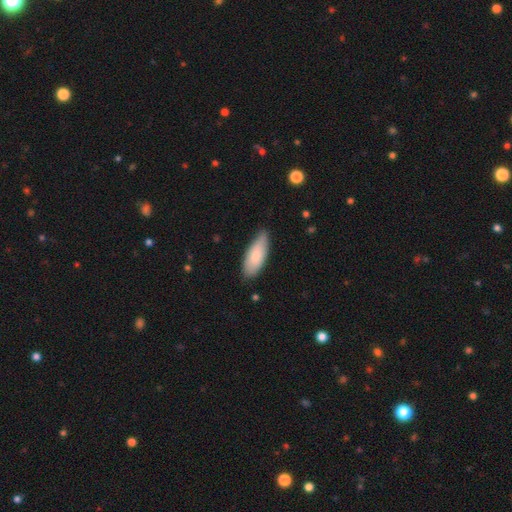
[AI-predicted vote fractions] smooth-or-featured: smooth: 79% | featured or disk: 16% | star or artifact: 5%
  how-rounded: in between: 77% | cigar-shaped: 21% | round: 2%
  merging: none: 76% | minor disturbance: 20% | major disturbance: 3% | merger: 1%